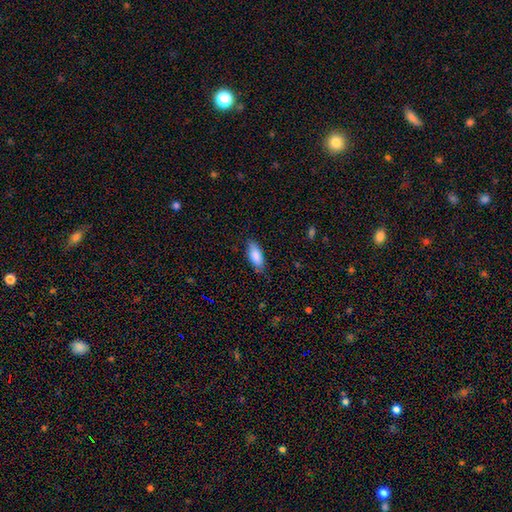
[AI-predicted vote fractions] smooth 86%, featured or disk 8%, star or artifact 6%. Down the decision tree: how rounded — in between (80%); merging — none (79%).